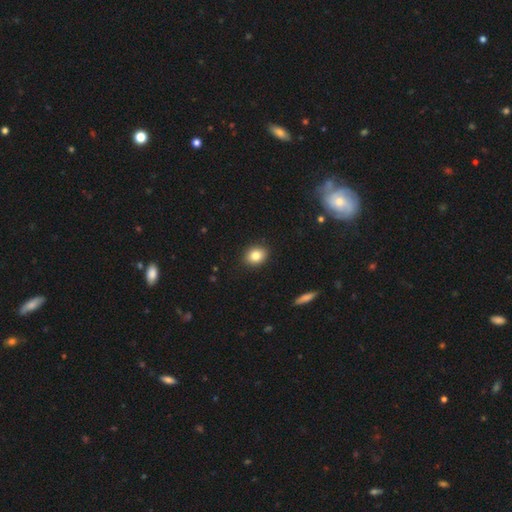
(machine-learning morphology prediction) Q: Smooth or featured?
A: smooth (83%); runner-up: star or artifact (10%)
Q: How rounded?
A: round (50%); runner-up: in between (49%)
Q: Merging?
A: none (90%); runner-up: minor disturbance (7%)